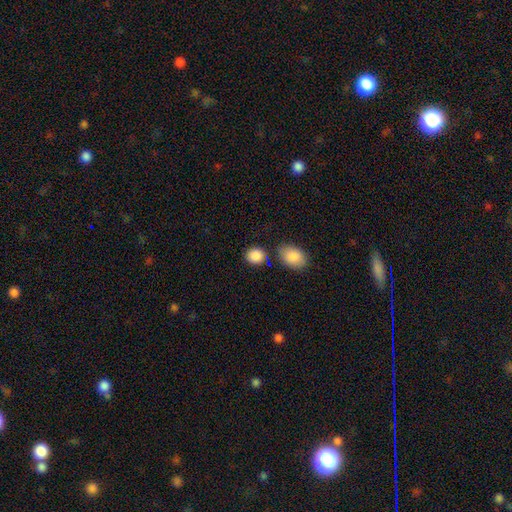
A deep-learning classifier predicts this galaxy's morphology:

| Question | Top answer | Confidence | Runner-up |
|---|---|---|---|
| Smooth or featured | smooth | 88% | star or artifact (8%) |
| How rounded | round | 68% | in between (31%) |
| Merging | none | 76% | minor disturbance (12%) |